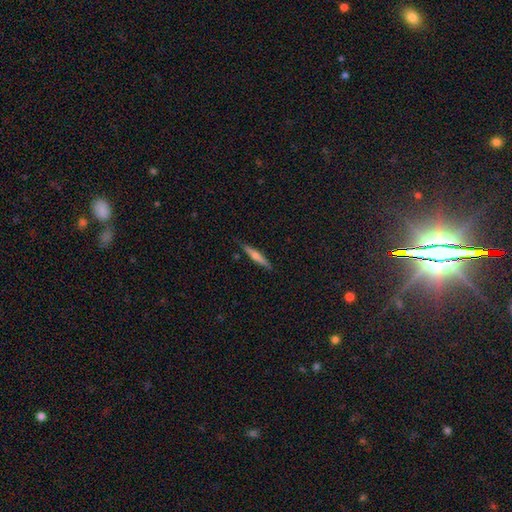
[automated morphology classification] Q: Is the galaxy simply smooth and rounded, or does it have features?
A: featured or disk — 54%.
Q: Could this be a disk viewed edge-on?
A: yes — 97%.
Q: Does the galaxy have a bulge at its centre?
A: rounded — 77%.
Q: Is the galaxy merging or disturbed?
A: none — 87%.